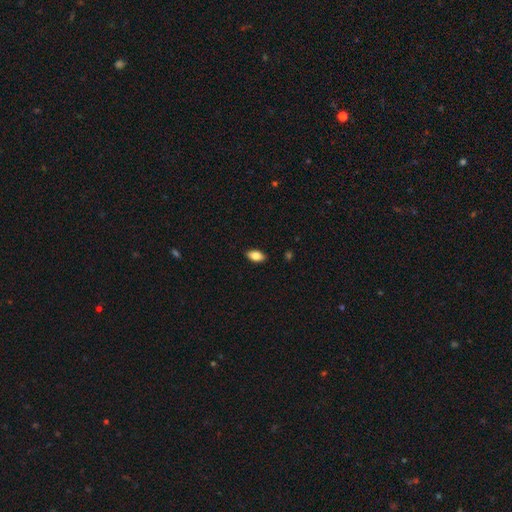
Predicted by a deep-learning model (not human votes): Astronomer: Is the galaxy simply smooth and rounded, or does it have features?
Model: smooth — 82%.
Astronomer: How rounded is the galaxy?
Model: in between — 91%.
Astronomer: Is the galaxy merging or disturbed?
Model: none — 88%.